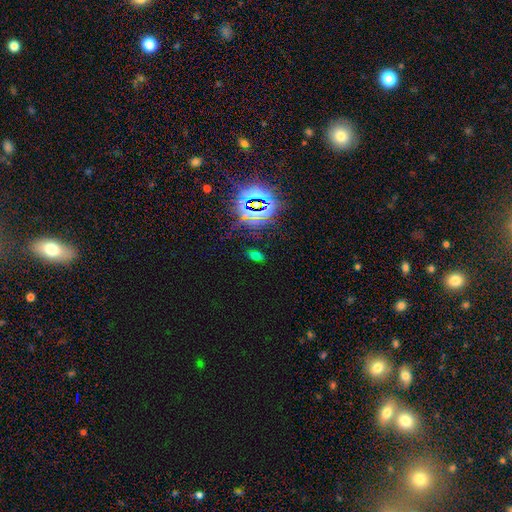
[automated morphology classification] smooth_or_featured: star or artifact (p=0.51) [alt: smooth p=0.39]